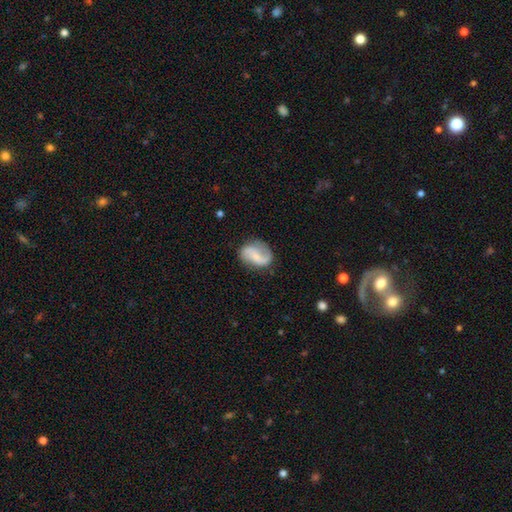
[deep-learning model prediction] Smooth or featured: featured or disk — 69% (smooth — 25%)
Edge-on disk: no — 98% (yes — 2%)
Bar: no — 45% (weak — 40%)
Spiral arms: yes — 93% (no — 7%)
Spiral winding: loose — 52% (medium — 35%)
Spiral arm count: 2 — 86% (1 — 7%)
Bulge size: small — 46% (none — 26%)
Merging: none — 72% (minor disturbance — 19%)